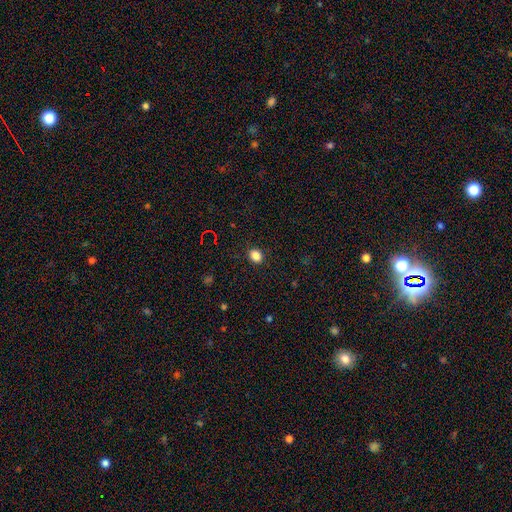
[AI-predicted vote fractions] A smooth galaxy with no disk features (85%) that is round (56%). Merging: none (90%).